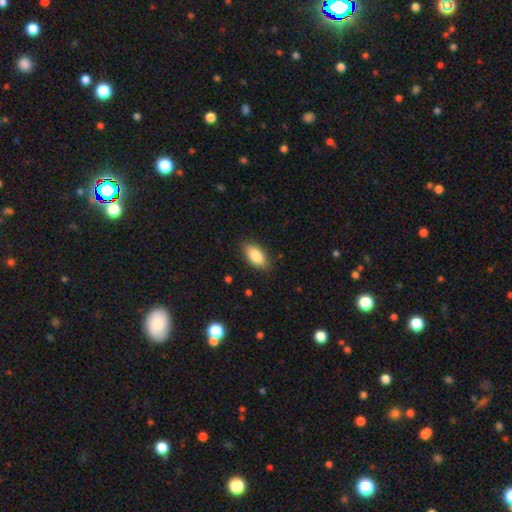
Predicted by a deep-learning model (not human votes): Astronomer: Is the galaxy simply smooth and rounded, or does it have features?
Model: smooth — 84%.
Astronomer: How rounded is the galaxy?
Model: in between — 90%.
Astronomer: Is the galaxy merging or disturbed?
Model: none — 87%.